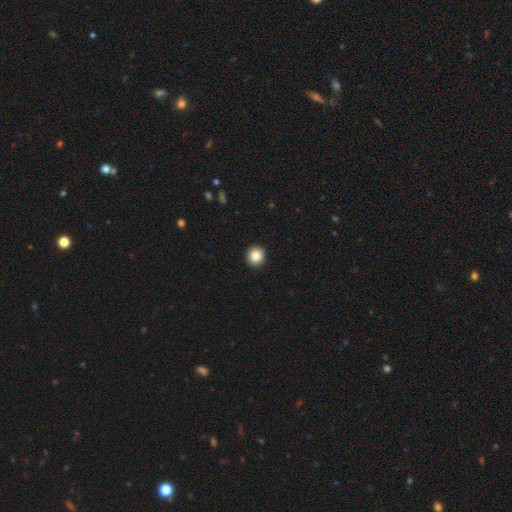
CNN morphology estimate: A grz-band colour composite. It shows a smooth galaxy with no disk features (85%) that is round (92%). Merging: none (94%).